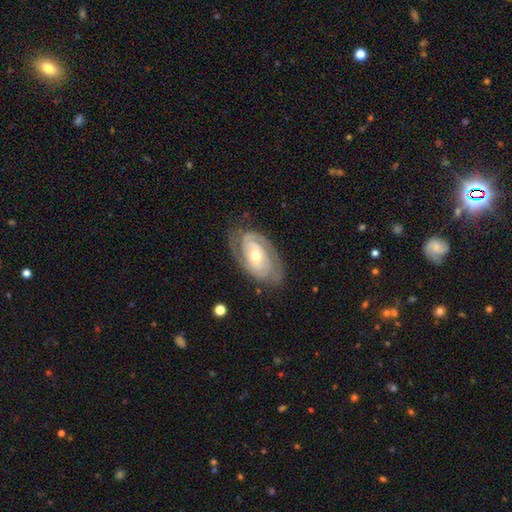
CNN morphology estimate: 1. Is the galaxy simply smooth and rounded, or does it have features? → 84% featured or disk, 11% smooth, 5% star or artifact.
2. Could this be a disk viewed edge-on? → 95% no, 5% yes.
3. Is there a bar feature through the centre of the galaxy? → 62% no, 27% weak, 11% strong.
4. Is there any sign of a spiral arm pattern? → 91% yes, 9% no.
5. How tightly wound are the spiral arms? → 67% tight, 26% medium, 7% loose.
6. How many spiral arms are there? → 61% 2, 21% can't tell, 8% 3, 5% 1, 2% 4, 2% more than 4.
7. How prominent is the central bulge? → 57% moderate, 38% small, 3% large, 1% none, 1% dominant.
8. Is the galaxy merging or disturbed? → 74% none, 17% minor disturbance, 7% major disturbance, 1% merger.